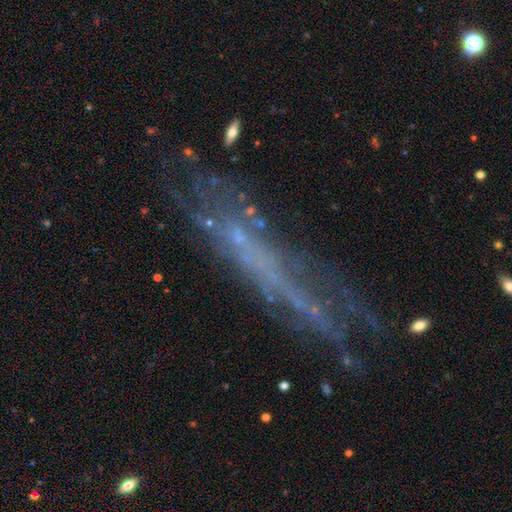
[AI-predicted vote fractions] A featured or disk galaxy (52%) viewed edge-on (60%). Merging: none (53%).